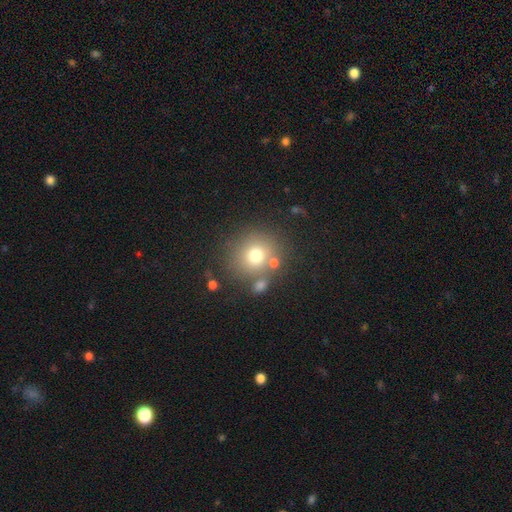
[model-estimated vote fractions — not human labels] A smooth galaxy with no disk features (72%) that is round (87%).

Vote fractions:
- Smooth or featured? smooth: 72% / star or artifact: 15% / featured or disk: 13%
- How rounded? round: 87% / in between: 12% / cigar-shaped: 1%
- Merging? none: 73% / minor disturbance: 11% / merger: 11% / major disturbance: 5%